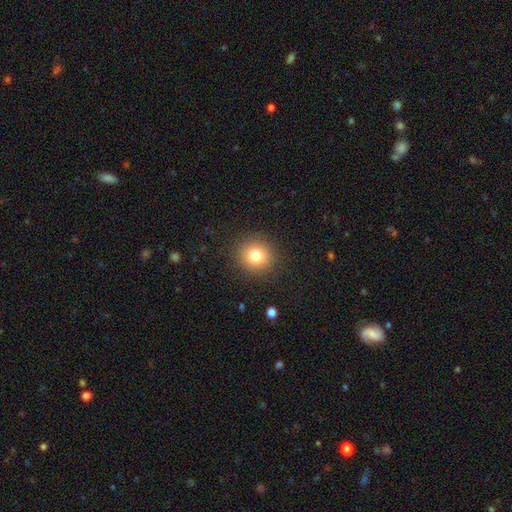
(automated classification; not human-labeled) This is likely a smooth galaxy (79%). How rounded: clearly round (90%). Merging: clearly none (90%).